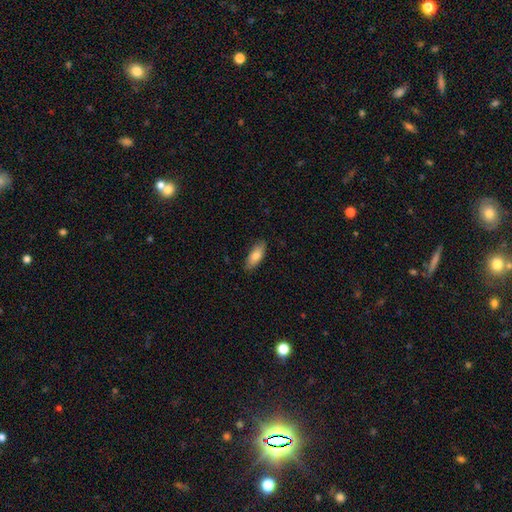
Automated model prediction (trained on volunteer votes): This is clearly a smooth galaxy (80%). How rounded: likely in between (79%). Merging: clearly none (86%).